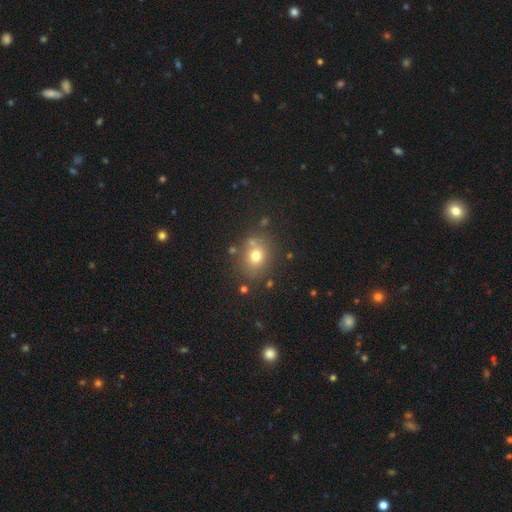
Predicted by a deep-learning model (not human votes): Morphology: type=smooth (72%); roundness=round (60%); merging=none (75%).